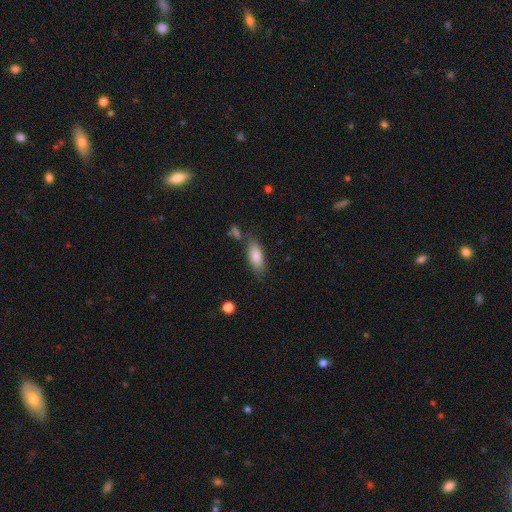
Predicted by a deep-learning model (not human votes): Smooth or featured? smooth (83%)
How rounded? in between (79%)
Merging? none (69%)